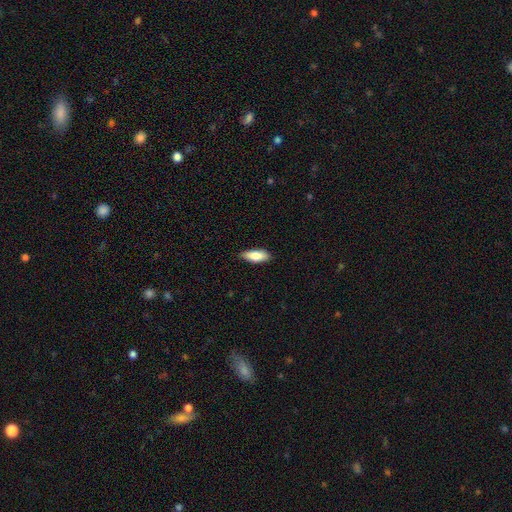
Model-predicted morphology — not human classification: A smooth galaxy with no disk features (84%) that is in between round and cigar-shaped (74%). Merging: none (82%).